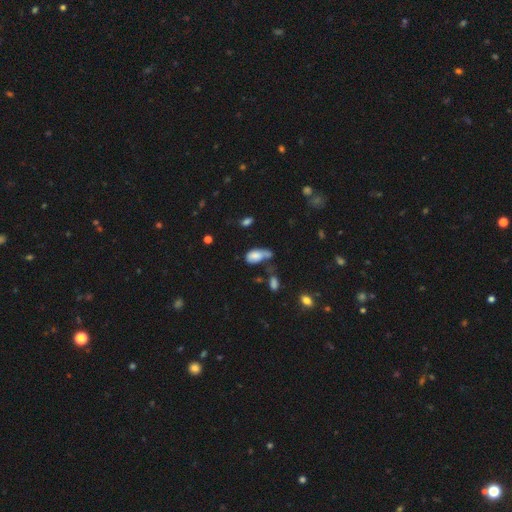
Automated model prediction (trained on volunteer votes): Smooth or featured? smooth (74%)
How rounded? in between (90%)
Merging? major disturbance (27%)